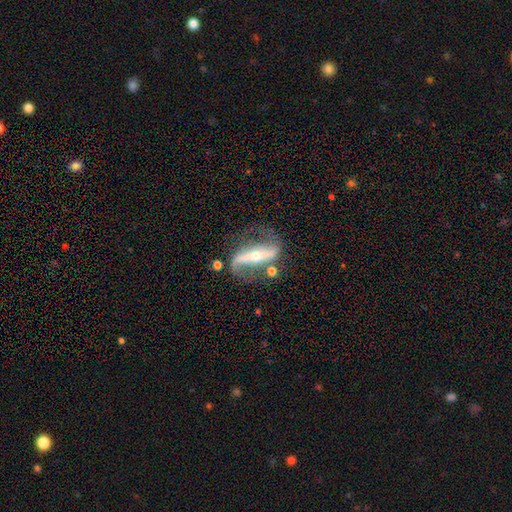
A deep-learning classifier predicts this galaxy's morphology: Smooth or featured?
  - featured or disk: 87% *
  - smooth: 8%
  - star or artifact: 5%
Edge-on disk?
  - no: 81% *
  - yes: 19%
Bar?
  - strong: 71% *
  - no: 16%
  - weak: 13%
Spiral arms?
  - yes: 90% *
  - no: 10%
Spiral winding?
  - loose: 70% *
  - medium: 21%
  - tight: 9%
Spiral arm count?
  - 2: 90% *
  - 1: 4%
  - can't tell: 3%
  - 3: 1%
  - 4: 1%
  - more than 4: 1%
Bulge size?
  - small: 60% *
  - moderate: 36%
  - large: 2%
  - dominant: 1%
  - none: 1%
Merging?
  - none: 66% *
  - minor disturbance: 16%
  - major disturbance: 12%
  - merger: 6%